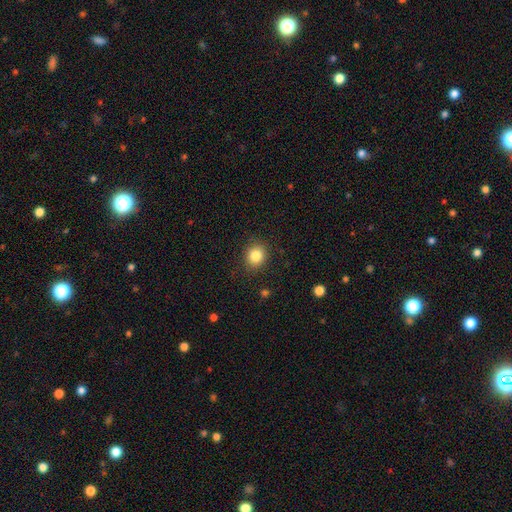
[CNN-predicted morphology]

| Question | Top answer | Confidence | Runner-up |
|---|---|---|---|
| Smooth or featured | smooth | 84% | star or artifact (10%) |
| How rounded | round | 72% | in between (27%) |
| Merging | none | 87% | minor disturbance (9%) |